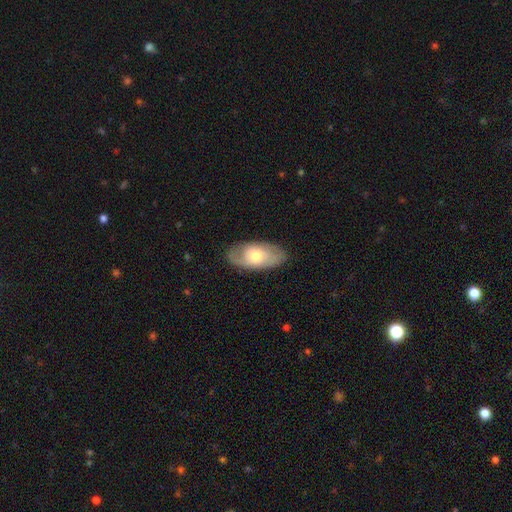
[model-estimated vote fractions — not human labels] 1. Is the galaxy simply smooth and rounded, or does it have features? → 48% featured or disk, 47% smooth, 6% star or artifact.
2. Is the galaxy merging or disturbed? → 80% none, 15% minor disturbance, 4% major disturbance, 1% merger.